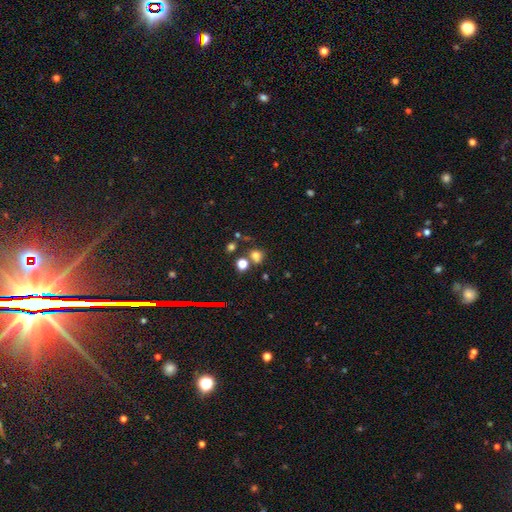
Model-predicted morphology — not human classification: smooth-or-featured: smooth: 70% | star or artifact: 21% | featured or disk: 9%
  how-rounded: round: 75% | in between: 24% | cigar-shaped: 1%
  merging: none: 59% | merger: 24% | minor disturbance: 11% | major disturbance: 5%